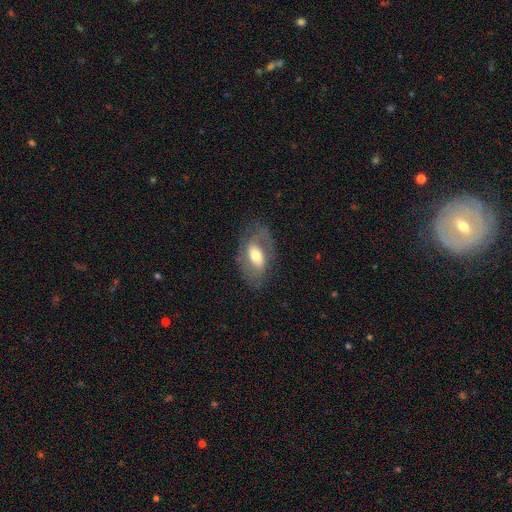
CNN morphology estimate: A featured or disk galaxy (60%) with a weak bar (39%), spiral arms (66%) and a moderate central bulge (63%).

Vote fractions:
- Smooth or featured? featured or disk: 60% / smooth: 33% / star or artifact: 7%
- Edge-on disk? no: 91% / yes: 9%
- Bar? weak: 39% / no: 31% / strong: 30%
- Spiral arms? yes: 66% / no: 34%
- Bulge size? moderate: 63% / small: 17% / large: 17% / dominant: 2% / none: 1%
- Merging? none: 68% / minor disturbance: 19% / major disturbance: 12% / merger: 1%